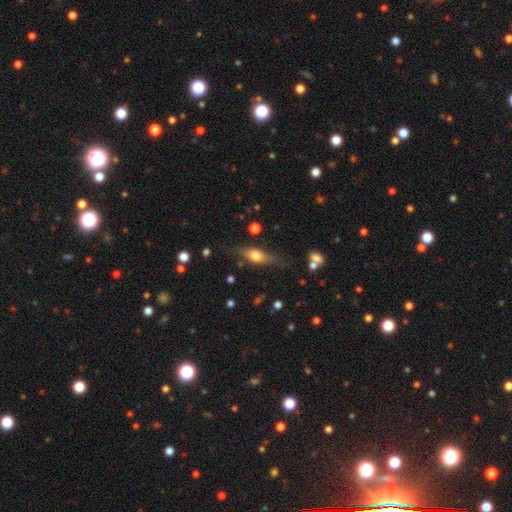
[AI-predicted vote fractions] Smooth or featured?
  - smooth: 54% *
  - featured or disk: 38%
  - star or artifact: 8%
How rounded?
  - in between: 57% *
  - cigar-shaped: 37%
  - round: 7%
Merging?
  - none: 68% *
  - minor disturbance: 21%
  - major disturbance: 7%
  - merger: 3%